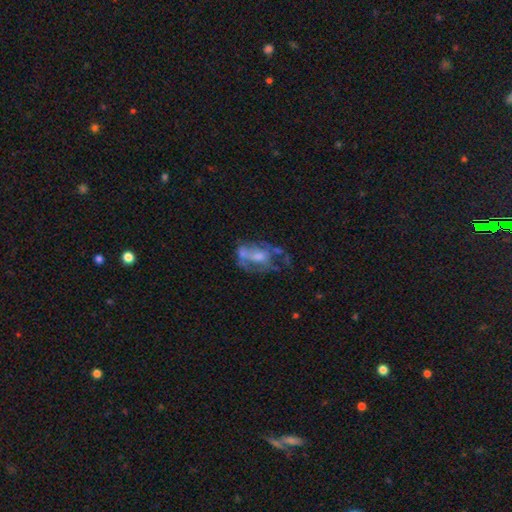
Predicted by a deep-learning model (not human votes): A featured or disk galaxy (64%) with no bar (74%), no spiral arms (66%) and a moderate central bulge (46%).

Vote fractions:
- Smooth or featured? featured or disk: 64% / smooth: 26% / star or artifact: 10%
- Edge-on disk? no: 96% / yes: 4%
- Bar? no: 74% / weak: 21% / strong: 5%
- Spiral arms? no: 66% / yes: 34%
- Bulge size? moderate: 46% / small: 27% / none: 16% / large: 10% / dominant: 2%
- Merging? major disturbance: 34% / none: 33% / minor disturbance: 20% / merger: 13%